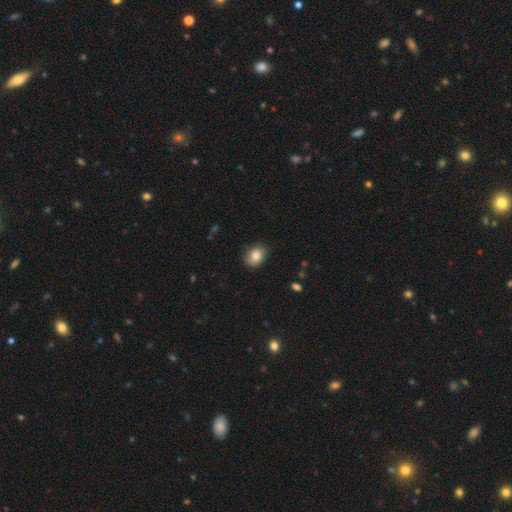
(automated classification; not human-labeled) Morphology: type=smooth (84%); roundness=in between (67%); merging=none (83%).